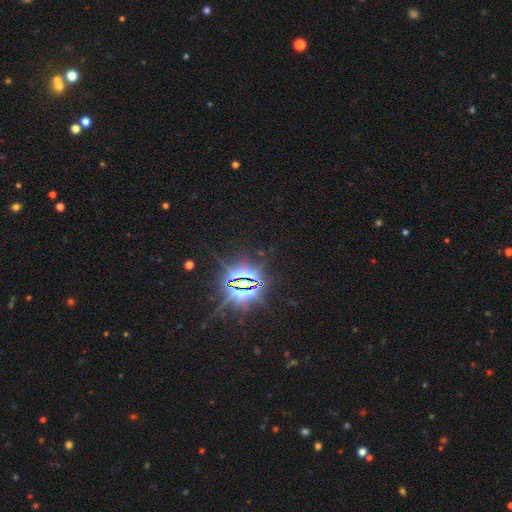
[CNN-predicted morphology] smooth_or_featured: star or artifact (p=0.88) [alt: smooth p=0.07]